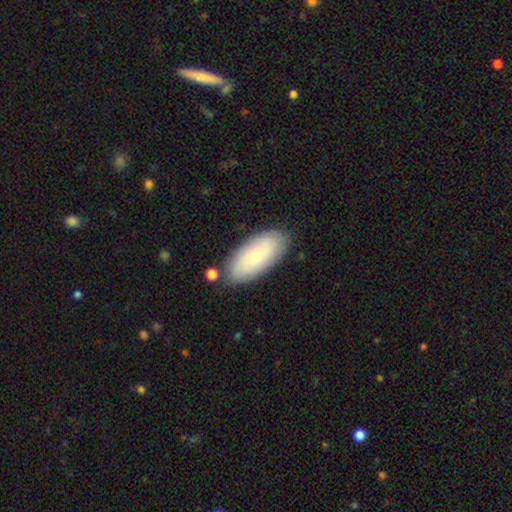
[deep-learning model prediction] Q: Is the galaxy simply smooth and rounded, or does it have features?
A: smooth — 69%.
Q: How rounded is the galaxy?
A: in between — 88%.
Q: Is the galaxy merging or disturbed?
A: none — 82%.